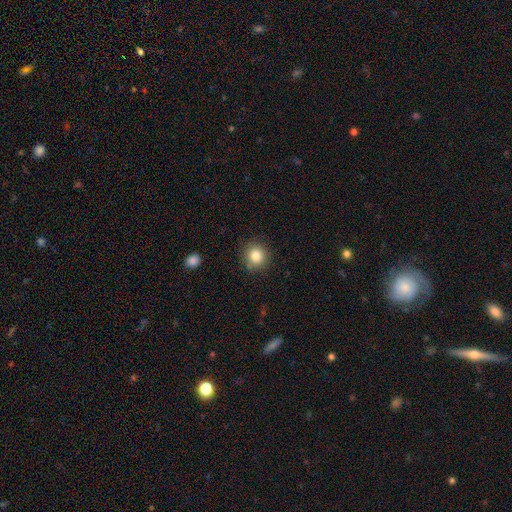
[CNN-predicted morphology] A smooth galaxy with no disk features (83%) that is round (91%).

Vote fractions:
- Smooth or featured? smooth: 83% / star or artifact: 11% / featured or disk: 6%
- How rounded? round: 91% / in between: 8% / cigar-shaped: 1%
- Merging? none: 87% / minor disturbance: 8% / major disturbance: 2% / merger: 2%